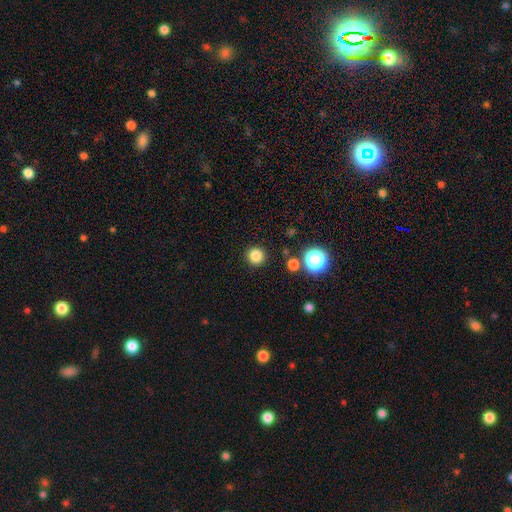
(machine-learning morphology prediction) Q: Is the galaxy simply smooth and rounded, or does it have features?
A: smooth — 82%.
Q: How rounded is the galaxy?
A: round — 95%.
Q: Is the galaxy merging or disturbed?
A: none — 91%.